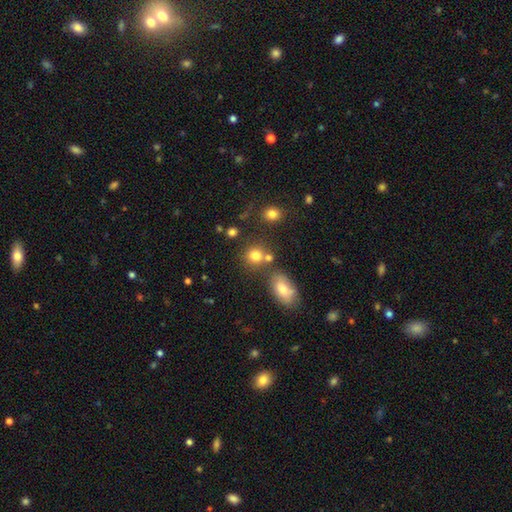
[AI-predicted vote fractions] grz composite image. It shows a smooth galaxy with no disk features (79%) that is round (80%). Merging: none (62%).